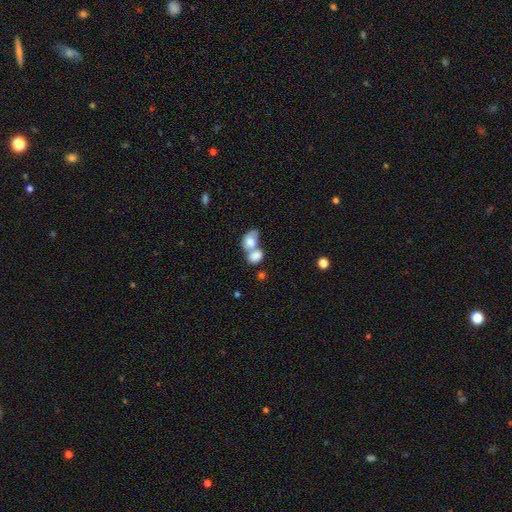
Q: Smooth or featured?
A: smooth (87%); runner-up: featured or disk (10%)
Q: How rounded?
A: in between (76%); runner-up: round (21%)
Q: Merging?
A: merger (71%); runner-up: none (21%)